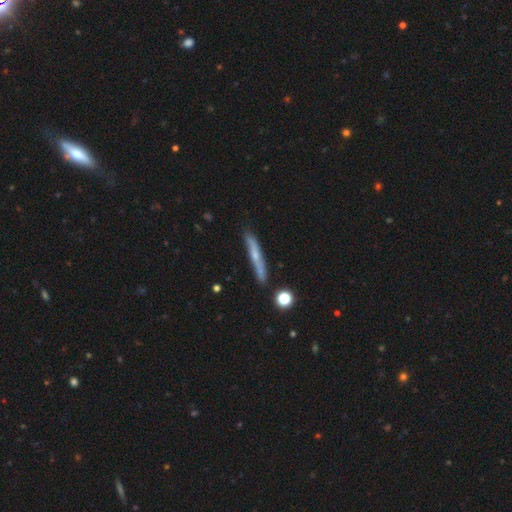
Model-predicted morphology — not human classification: This is possibly a smooth galaxy (47%). Merging: clearly none (81%).